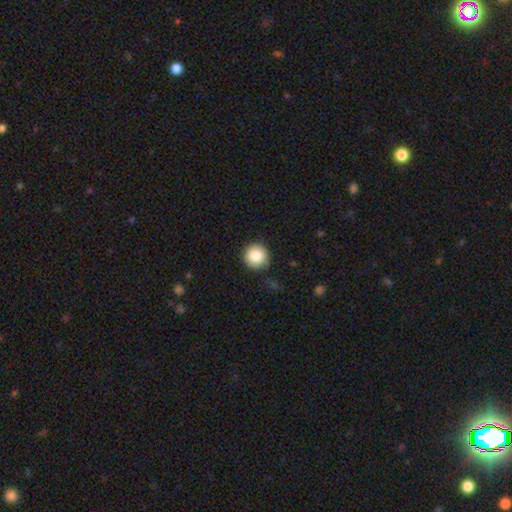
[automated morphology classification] Overall: smooth (85%). How rounded: round (96%). Merging: none (88%).